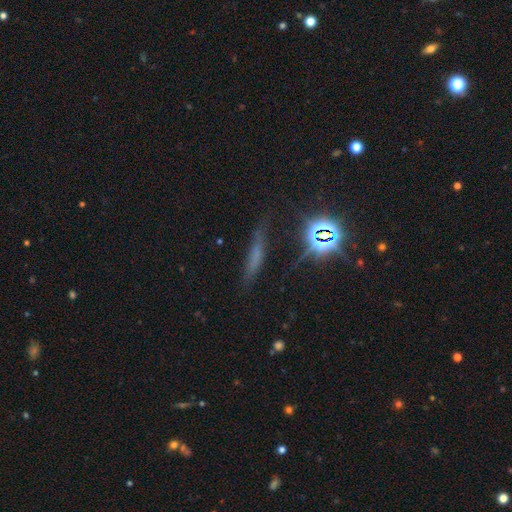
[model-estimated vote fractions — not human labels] smooth-or-featured: smooth: 45% | star or artifact: 31% | featured or disk: 24%
  merging: none: 72% | minor disturbance: 18% | major disturbance: 7% | merger: 3%